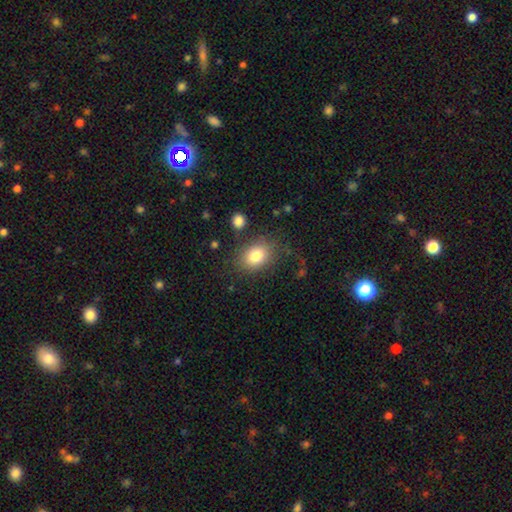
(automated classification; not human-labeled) Smooth or featured? Predicted: smooth (p=0.80). How rounded? Predicted: in between (p=0.67). Merging? Predicted: none (p=0.76).